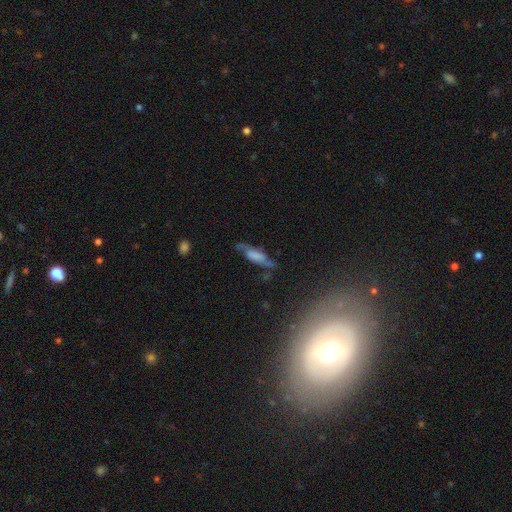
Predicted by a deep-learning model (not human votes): The model was most divided on "smooth or featured": smooth: 48%, featured or disk: 42%, star or artifact: 10%. More confident: merging — none (55%).